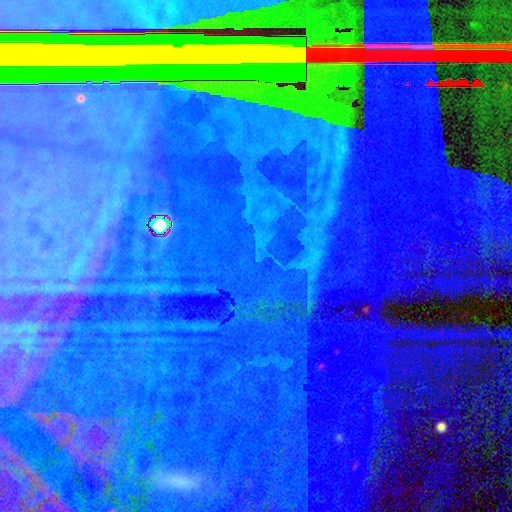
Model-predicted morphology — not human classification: type=star or artifact (88%).